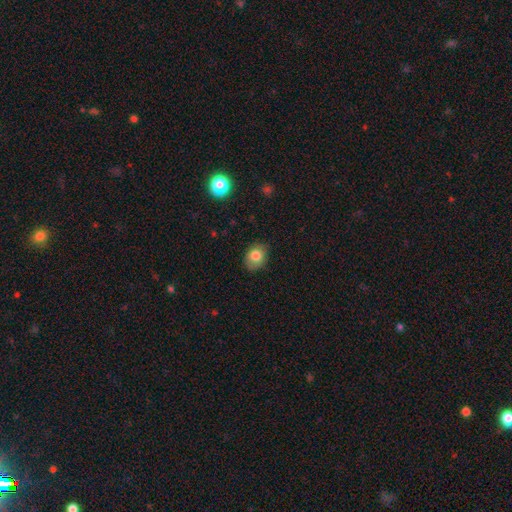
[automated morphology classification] The model was most divided on "how rounded": in between: 60%, round: 39%, cigar-shaped: 1%. More confident: merging — none (81%); smooth or featured — smooth (80%).